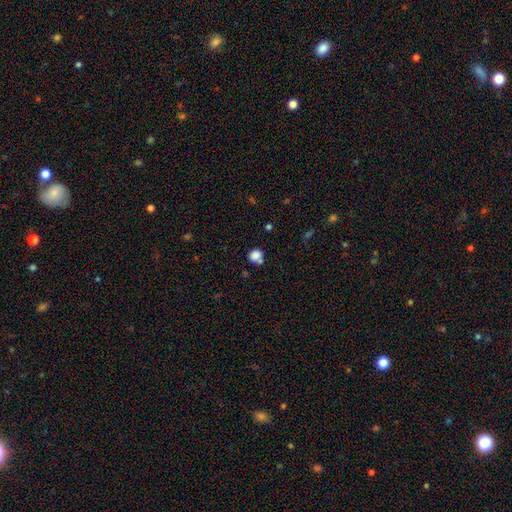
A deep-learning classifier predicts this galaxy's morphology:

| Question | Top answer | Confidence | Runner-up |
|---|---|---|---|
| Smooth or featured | smooth | 84% | star or artifact (11%) |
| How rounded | round | 75% | in between (24%) |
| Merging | none | 61% | merger (18%) |